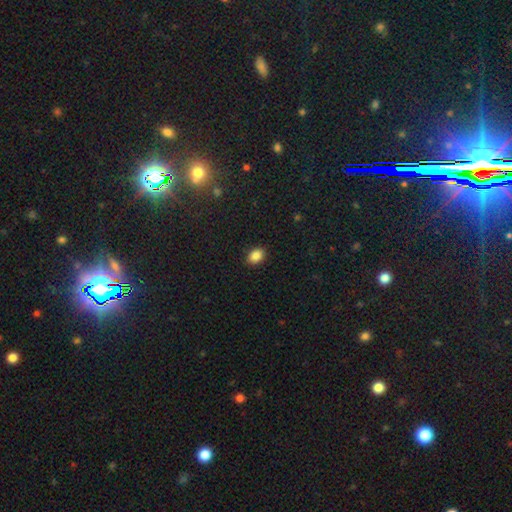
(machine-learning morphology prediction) smooth_or_featured: smooth (p=0.87) [alt: star or artifact p=0.09]
how_rounded: in between (p=0.75) [alt: round p=0.24]
merging: none (p=0.89) [alt: minor disturbance p=0.08]